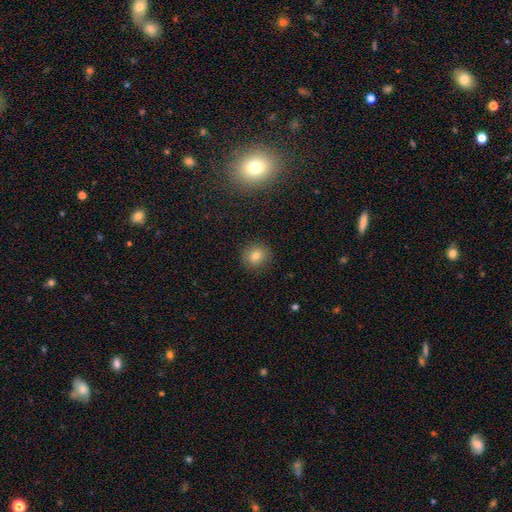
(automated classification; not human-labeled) Smooth or featured: smooth — 78% (star or artifact — 13%)
How rounded: round — 88% (in between — 11%)
Merging: none — 89% (minor disturbance — 7%)